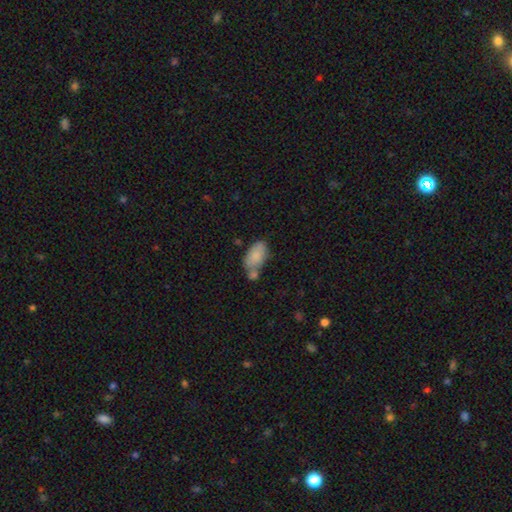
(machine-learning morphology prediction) smooth 82%, featured or disk 12%, star or artifact 7%. Down the decision tree: how rounded — in between (94%); merging — none (44%).